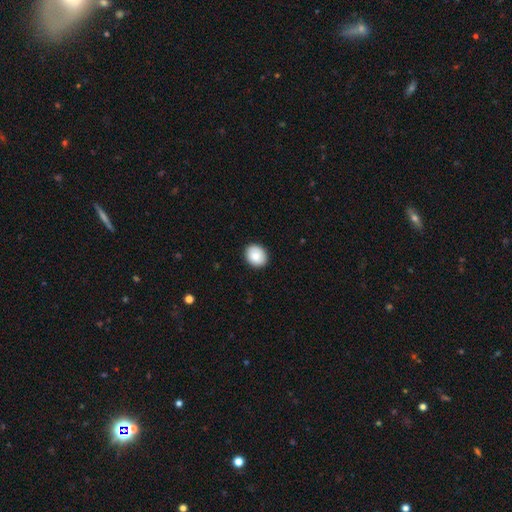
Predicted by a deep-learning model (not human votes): A smooth galaxy with no disk features (85%) that is round (57%).

Vote fractions:
- Smooth or featured? smooth: 85% / featured or disk: 8% / star or artifact: 7%
- How rounded? round: 57% / in between: 42% / cigar-shaped: 1%
- Merging? none: 88% / minor disturbance: 9% / major disturbance: 2% / merger: 1%